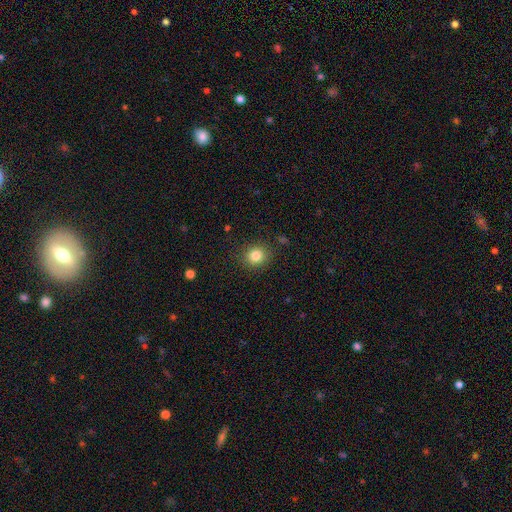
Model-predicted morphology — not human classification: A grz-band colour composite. It shows a smooth galaxy with no disk features (83%) that is round (84%). Merging: none (87%).